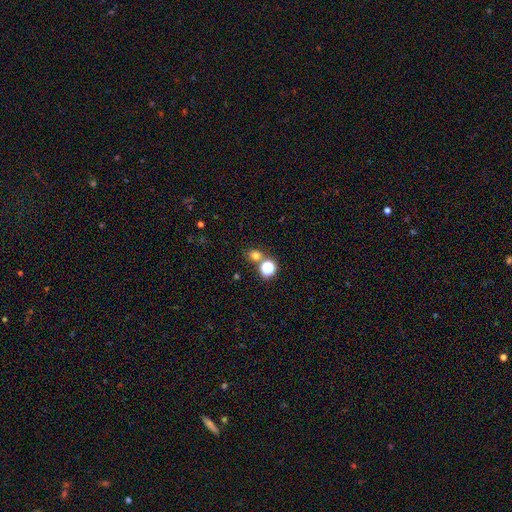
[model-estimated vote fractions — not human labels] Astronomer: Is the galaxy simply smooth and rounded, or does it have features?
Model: smooth — 69%.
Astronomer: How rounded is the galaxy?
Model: round — 77%.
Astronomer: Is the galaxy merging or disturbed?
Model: none — 69%.